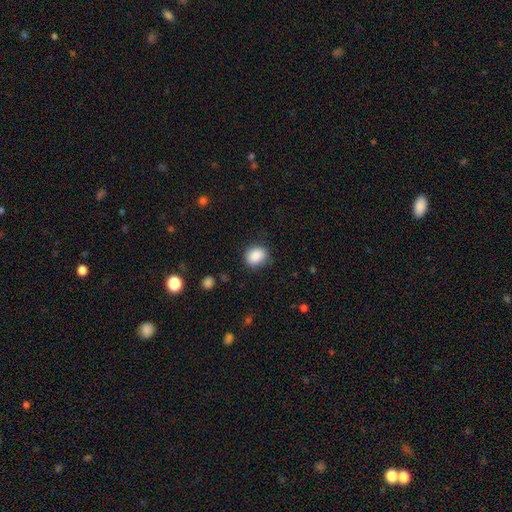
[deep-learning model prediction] smooth 88%, star or artifact 8%, featured or disk 3%. Down the decision tree: how rounded — round (61%); merging — none (82%).